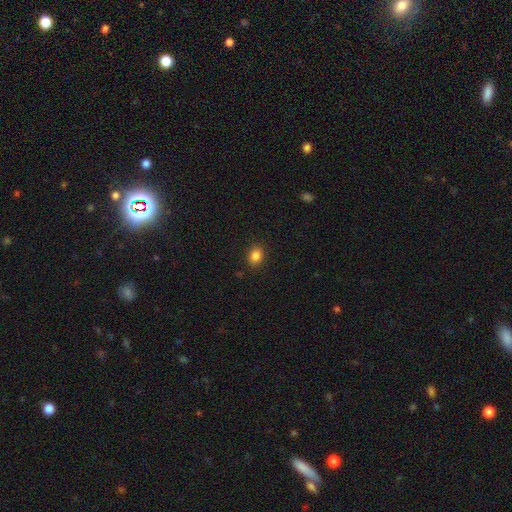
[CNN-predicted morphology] smooth_or_featured: smooth (p=0.84) [alt: star or artifact p=0.11]
how_rounded: round (p=0.51) [alt: in between p=0.48]
merging: none (p=0.89) [alt: minor disturbance p=0.08]